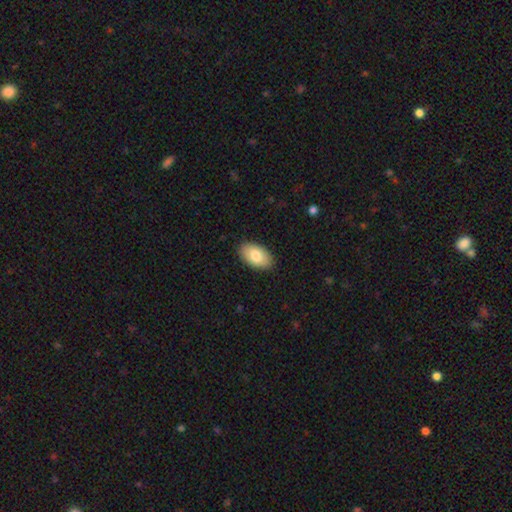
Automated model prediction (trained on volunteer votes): Q: Smooth or featured?
A: smooth (81%); runner-up: featured or disk (13%)
Q: How rounded?
A: in between (95%); runner-up: round (4%)
Q: Merging?
A: none (88%); runner-up: minor disturbance (9%)